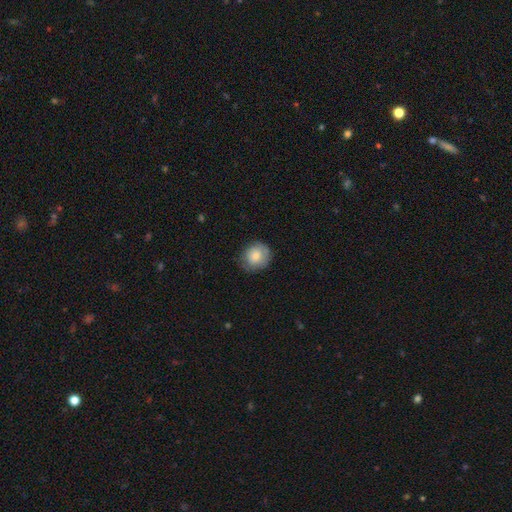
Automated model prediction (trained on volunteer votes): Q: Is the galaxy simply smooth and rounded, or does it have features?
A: smooth — 77%.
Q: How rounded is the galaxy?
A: round — 83%.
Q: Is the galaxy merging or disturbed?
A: none — 75%.